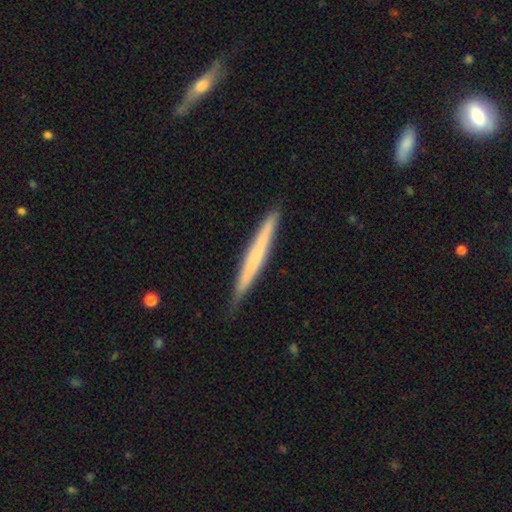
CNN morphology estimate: Smooth or featured: smooth — 53% (featured or disk — 42%)
How rounded: cigar-shaped — 97% (in between — 2%)
Merging: none — 86% (minor disturbance — 11%)